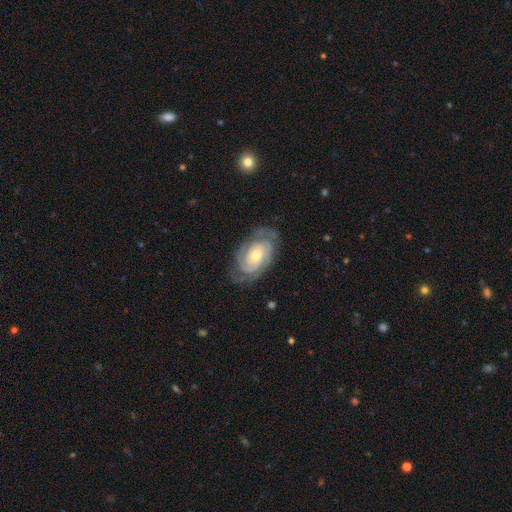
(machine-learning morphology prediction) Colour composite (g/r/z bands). It shows a featured or disk galaxy (87%) with no bar (68%), 2 (49%) tight (72%) spiral arms (97%) and a moderate central bulge (54%). Merging: none (75%).